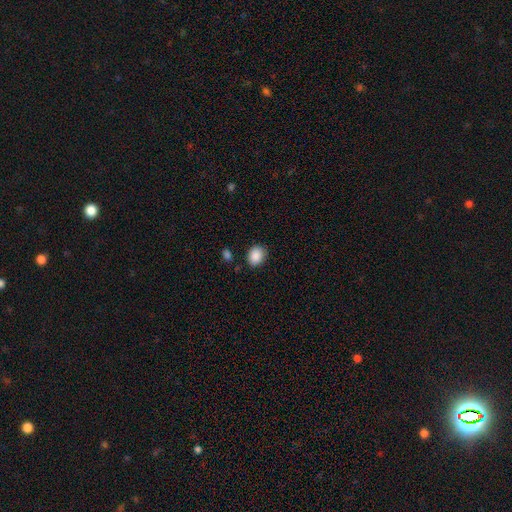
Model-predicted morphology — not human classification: Smooth or featured: smooth — 89% (star or artifact — 8%)
How rounded: in between — 54% (round — 45%)
Merging: none — 83% (minor disturbance — 11%)